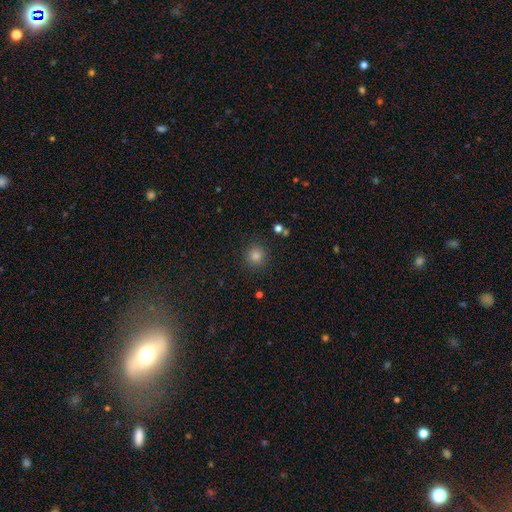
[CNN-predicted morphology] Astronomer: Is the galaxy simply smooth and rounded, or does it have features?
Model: smooth — 79%.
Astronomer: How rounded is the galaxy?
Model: round — 95%.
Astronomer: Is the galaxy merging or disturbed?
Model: none — 91%.